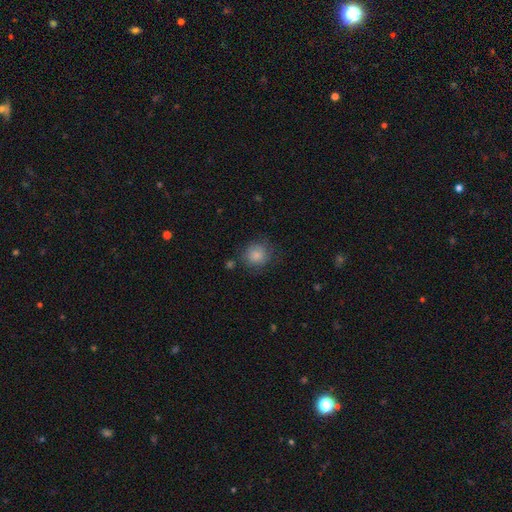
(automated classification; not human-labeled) This appears to be a smooth galaxy with no disk features (78%) that is round (90%). Merging: none (78%).